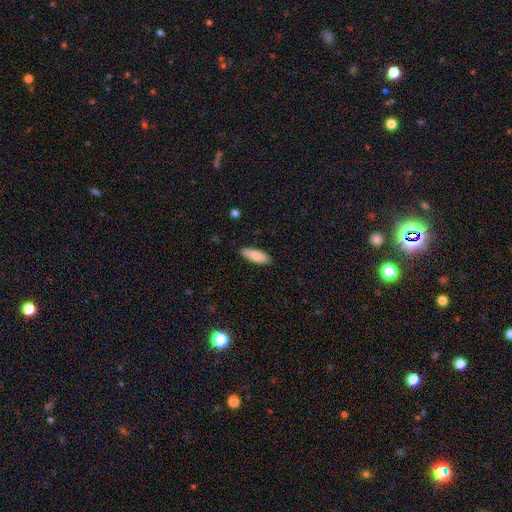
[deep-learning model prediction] Smooth or featured? smooth (86%)
How rounded? in between (66%)
Merging? none (86%)